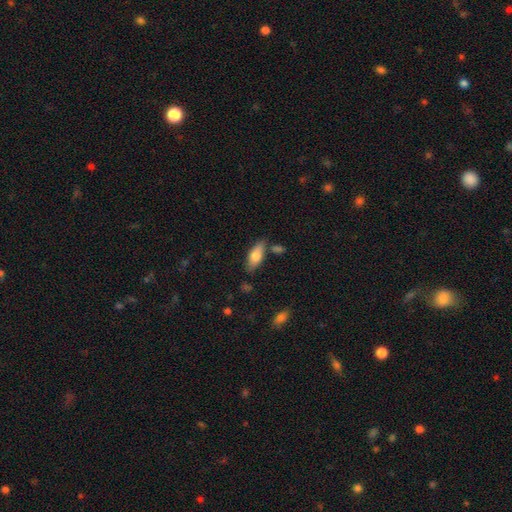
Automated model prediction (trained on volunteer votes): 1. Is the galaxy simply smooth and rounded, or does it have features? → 72% smooth, 21% featured or disk, 6% star or artifact.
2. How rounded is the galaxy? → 75% in between, 23% cigar-shaped, 2% round.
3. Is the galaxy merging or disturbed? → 74% none, 15% minor disturbance, 7% merger, 3% major disturbance.